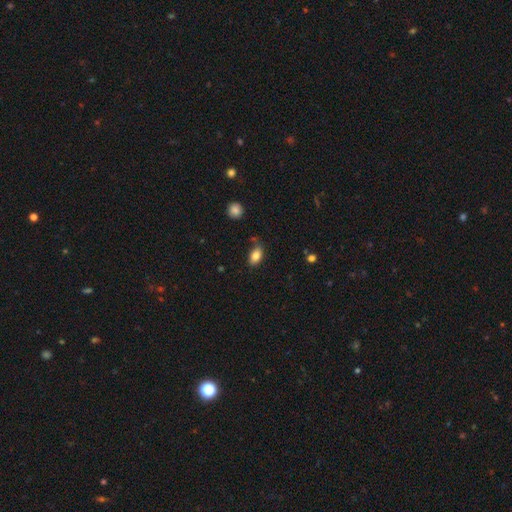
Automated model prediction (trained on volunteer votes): Smooth or featured? smooth (83%)
How rounded? in between (89%)
Merging? none (73%)